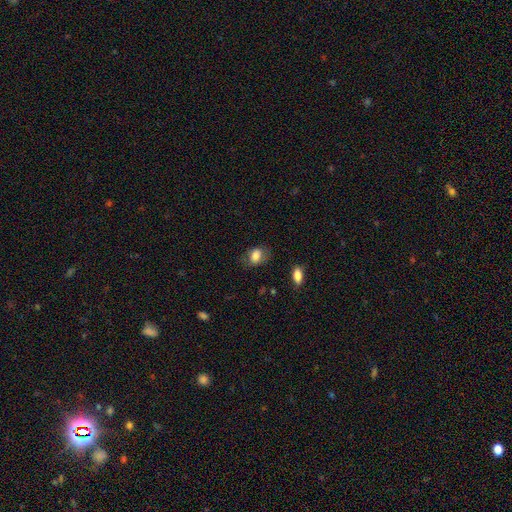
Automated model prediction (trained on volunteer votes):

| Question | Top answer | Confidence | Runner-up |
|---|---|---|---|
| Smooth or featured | smooth | 80% | featured or disk (12%) |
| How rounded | in between | 77% | round (22%) |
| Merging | none | 69% | minor disturbance (21%) |